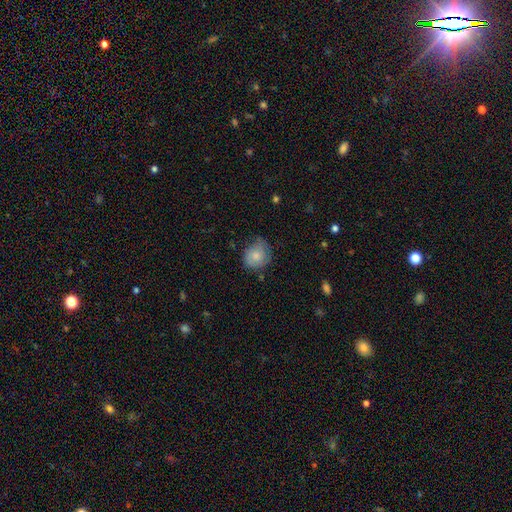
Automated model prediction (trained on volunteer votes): This is likely a smooth galaxy (66%). How rounded: likely round (70%). Merging: possibly none (57%).